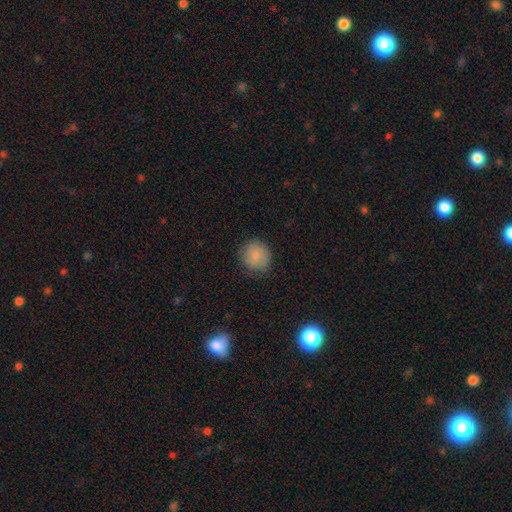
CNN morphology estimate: Q: Smooth or featured?
A: smooth (84%); runner-up: featured or disk (8%)
Q: How rounded?
A: round (87%); runner-up: in between (12%)
Q: Merging?
A: none (80%); runner-up: minor disturbance (16%)